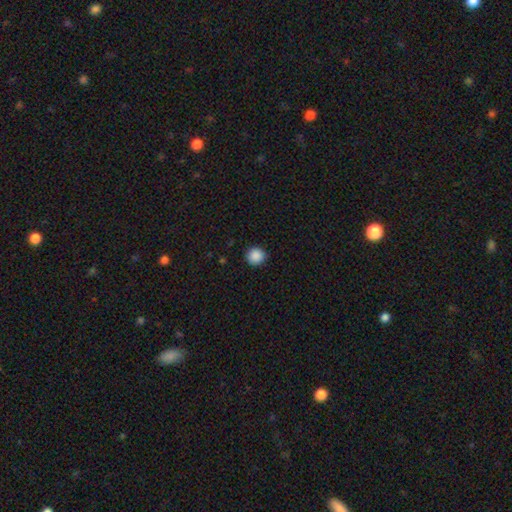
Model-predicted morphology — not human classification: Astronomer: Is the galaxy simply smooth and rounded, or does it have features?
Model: smooth — 88%.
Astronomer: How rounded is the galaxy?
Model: round — 92%.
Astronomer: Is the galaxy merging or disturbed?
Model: none — 90%.